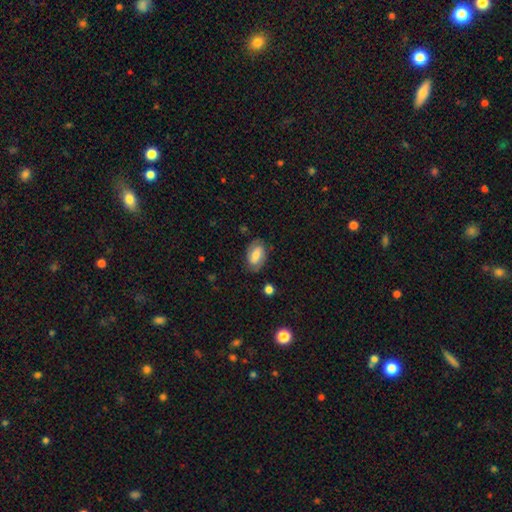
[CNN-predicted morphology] Smooth or featured: smooth — 51% (featured or disk — 41%)
How rounded: in between — 89% (round — 8%)
Merging: none — 77% (minor disturbance — 16%)